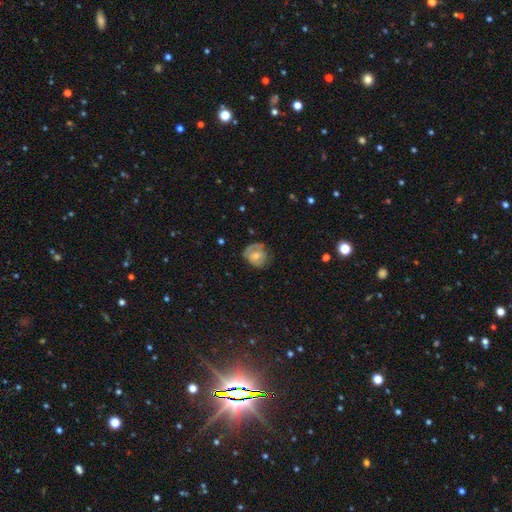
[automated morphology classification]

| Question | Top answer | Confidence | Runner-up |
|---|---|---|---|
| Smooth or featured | smooth | 56% | featured or disk (36%) |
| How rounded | round | 67% | in between (32%) |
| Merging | none | 54% | minor disturbance (30%) |